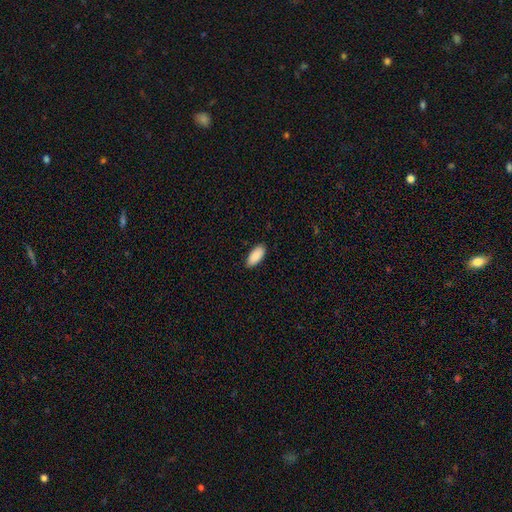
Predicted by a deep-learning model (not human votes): Smooth or featured: smooth — 90% (star or artifact — 6%)
How rounded: in between — 89% (cigar-shaped — 9%)
Merging: none — 87% (minor disturbance — 10%)